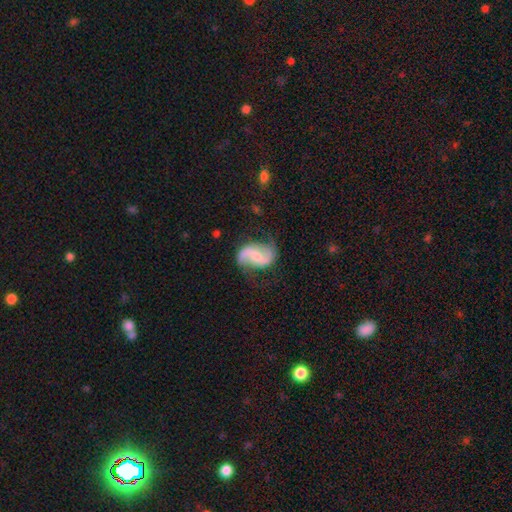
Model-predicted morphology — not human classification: type=featured or disk (83%); edge-on=no (98%); bar=weak (44%); spiral arms=yes (95%); winding=loose (63%); arm count=2 (92%); bulge=small (46%); merging=none (71%).